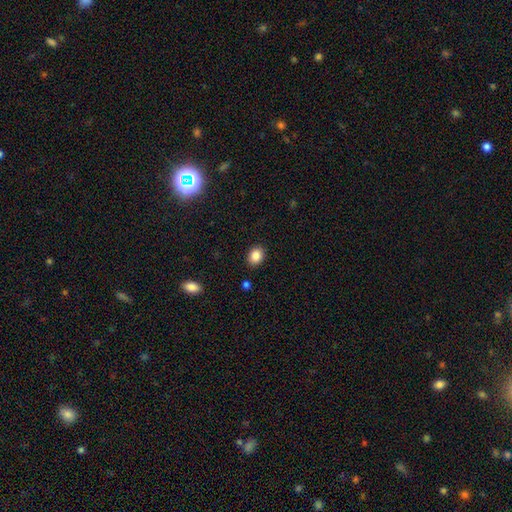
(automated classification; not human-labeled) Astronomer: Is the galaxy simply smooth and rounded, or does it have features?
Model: smooth — 86%.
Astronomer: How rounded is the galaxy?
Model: in between — 57% (runner-up: round, 42%).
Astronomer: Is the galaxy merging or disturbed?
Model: none — 89%.